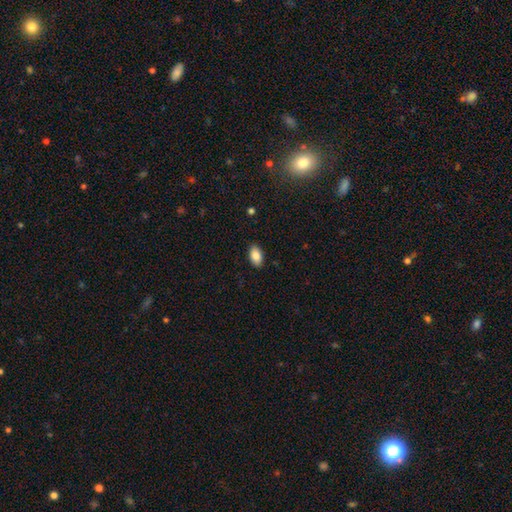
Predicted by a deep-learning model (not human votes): This appears to be a smooth galaxy with no disk features (85%) that is in between round and cigar-shaped (93%). Merging: none (89%).